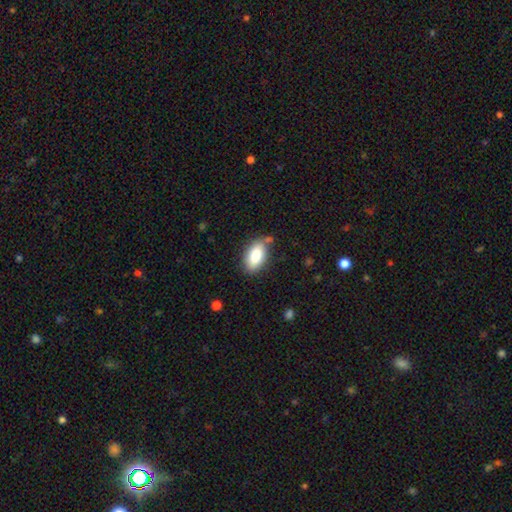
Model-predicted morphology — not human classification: Smooth or featured? smooth (84%)
How rounded? in between (92%)
Merging? none (79%)